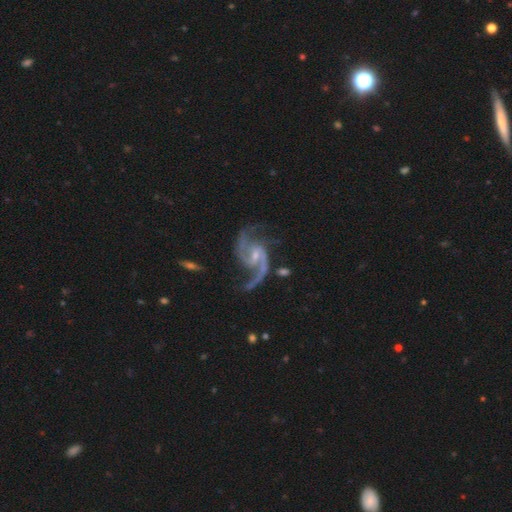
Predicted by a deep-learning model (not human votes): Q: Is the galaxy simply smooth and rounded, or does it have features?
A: featured or disk — 94%.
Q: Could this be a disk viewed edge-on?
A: no — 98%.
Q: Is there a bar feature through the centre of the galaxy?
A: weak — 48%.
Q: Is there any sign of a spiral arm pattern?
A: yes — 98%.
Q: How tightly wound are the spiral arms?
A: medium — 53%.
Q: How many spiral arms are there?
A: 2 — 91%.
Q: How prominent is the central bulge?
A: small — 68%.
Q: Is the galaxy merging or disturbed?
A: none — 64%.